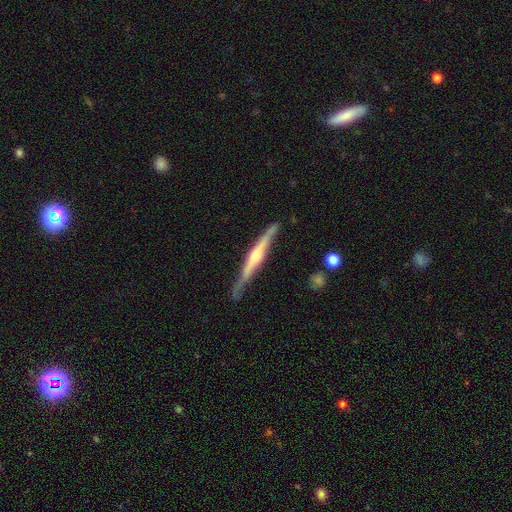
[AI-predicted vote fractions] This is likely a featured or disk galaxy (74%). It is clearly viewed edge-on (97%). Edge-on bulge: likely rounded (66%). Merging: likely none (76%).